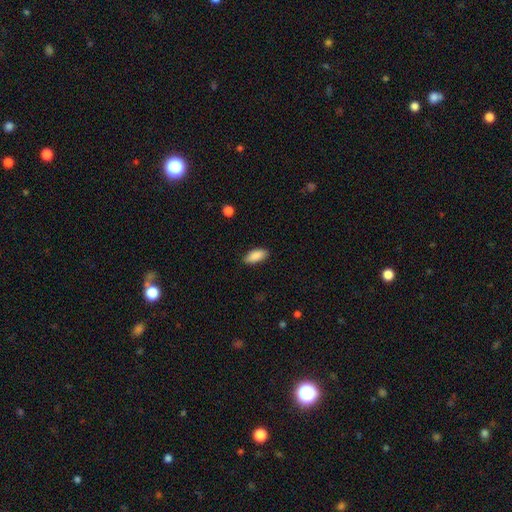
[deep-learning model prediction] smooth 89%, star or artifact 6%, featured or disk 4%. Down the decision tree: how rounded — in between (88%); merging — none (87%).